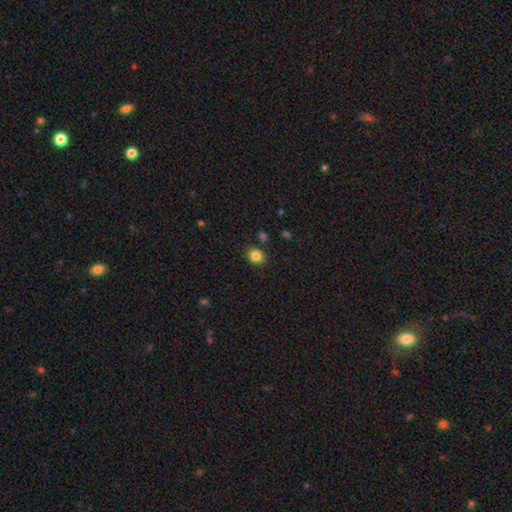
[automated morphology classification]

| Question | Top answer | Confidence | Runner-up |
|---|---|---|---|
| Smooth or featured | smooth | 84% | star or artifact (11%) |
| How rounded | round | 58% | in between (41%) |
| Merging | none | 84% | minor disturbance (11%) |